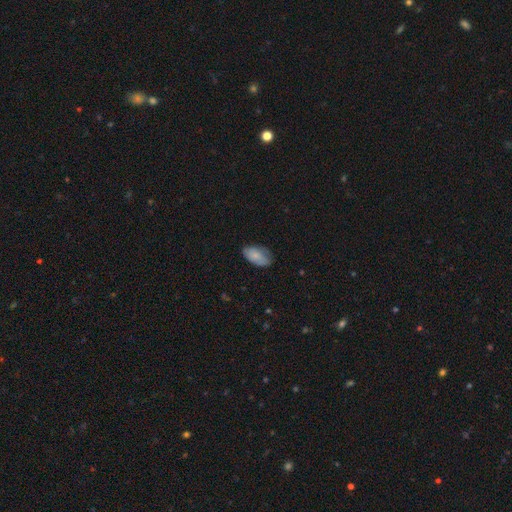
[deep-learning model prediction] Overall: smooth (77%). How rounded: in between (93%). Merging: none (65%; minor disturbance 27%).